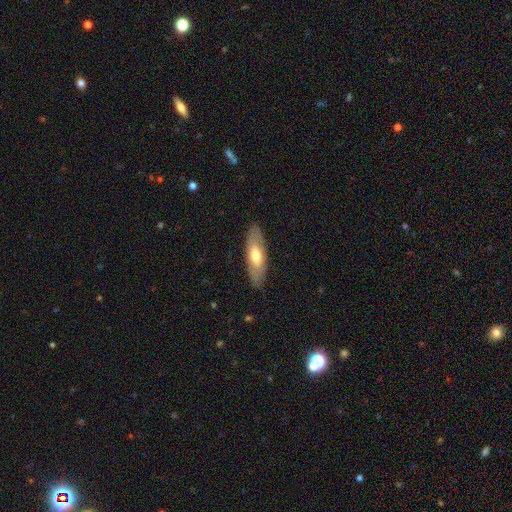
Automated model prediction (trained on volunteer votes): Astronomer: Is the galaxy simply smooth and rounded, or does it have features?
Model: smooth — 57% (runner-up: featured or disk, 38%).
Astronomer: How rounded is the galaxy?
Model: in between — 64%.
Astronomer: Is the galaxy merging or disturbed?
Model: none — 86%.